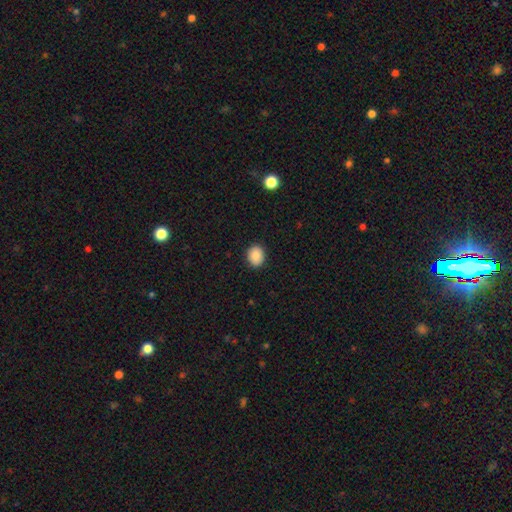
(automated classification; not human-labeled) A smooth galaxy with no disk features (87%) that is round (53%).

Vote fractions:
- Smooth or featured? smooth: 87% / star or artifact: 8% / featured or disk: 4%
- How rounded? round: 53% / in between: 46% / cigar-shaped: 1%
- Merging? none: 90% / minor disturbance: 7% / major disturbance: 2% / merger: 1%